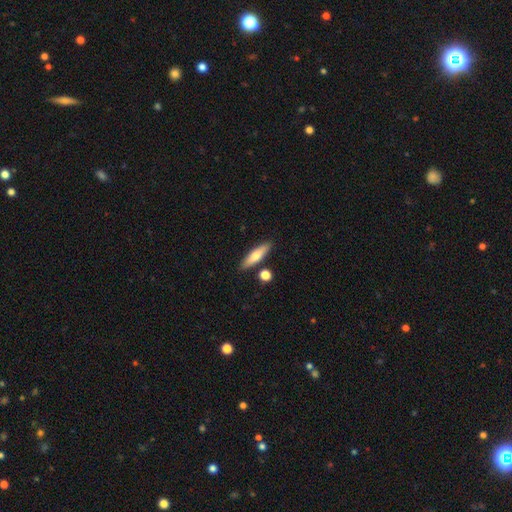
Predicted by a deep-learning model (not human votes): The model was most divided on "smooth or featured": smooth: 64%, featured or disk: 30%, star or artifact: 6%. More confident: merging — none (83%); how rounded — cigar-shaped (71%).